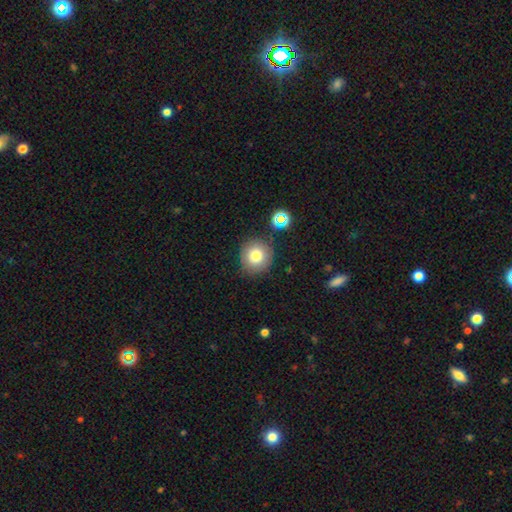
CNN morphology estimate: type=smooth (77%); roundness=round (92%); merging=none (83%).